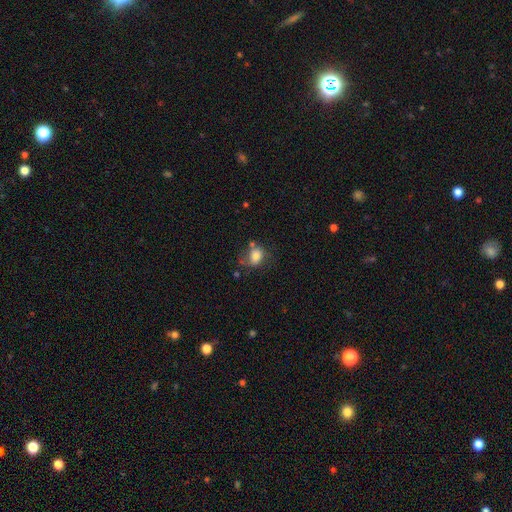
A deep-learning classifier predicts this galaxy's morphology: Smooth or featured? smooth (76%)
How rounded? in between (52%)
Merging? none (51%)